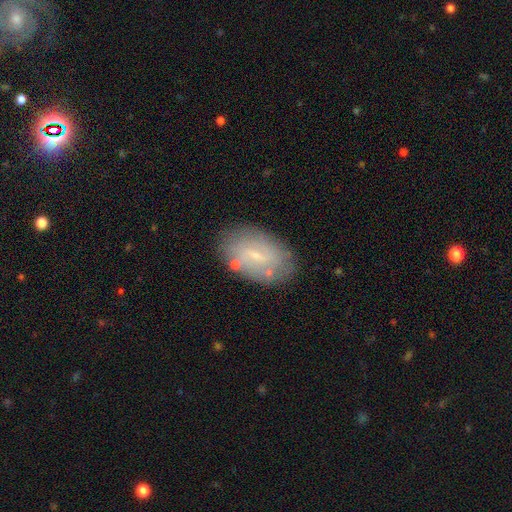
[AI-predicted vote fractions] Smooth or featured: featured or disk — 53% (smooth — 39%)
Edge-on disk: no — 93% (yes — 7%)
Merging: none — 77% (minor disturbance — 15%)